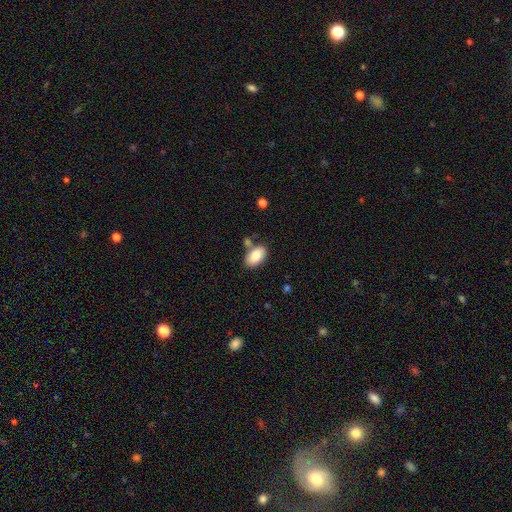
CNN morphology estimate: smooth_or_featured: smooth (p=0.85) [alt: featured or disk p=0.08]
how_rounded: in between (p=0.94) [alt: round p=0.05]
merging: none (p=0.70) [alt: minor disturbance p=0.14]